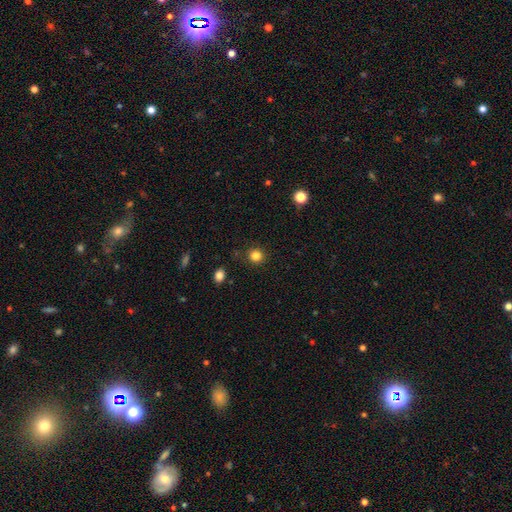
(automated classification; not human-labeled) Smooth or featured? smooth (83%)
How rounded? round (92%)
Merging? none (88%)